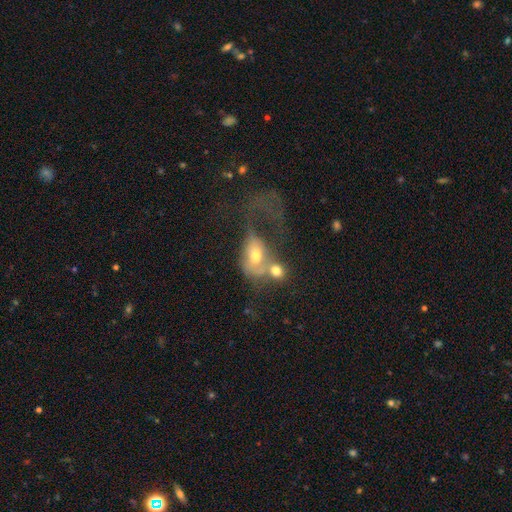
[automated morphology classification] Smooth or featured: smooth — 51% (featured or disk — 38%)
How rounded: in between — 66% (round — 31%)
Merging: merger — 51% (major disturbance — 33%)